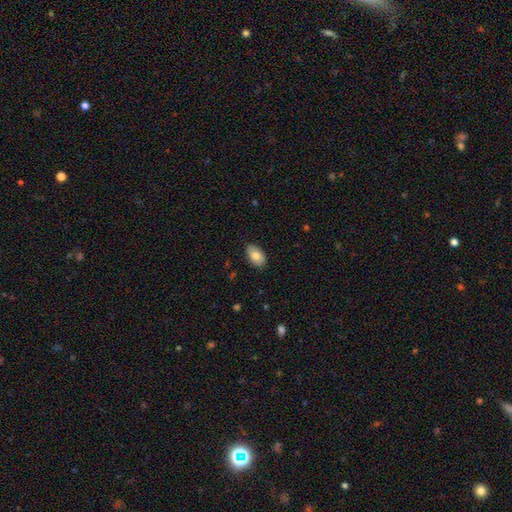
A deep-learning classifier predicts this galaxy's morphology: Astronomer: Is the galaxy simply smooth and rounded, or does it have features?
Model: smooth — 81%.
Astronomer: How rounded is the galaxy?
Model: in between — 93%.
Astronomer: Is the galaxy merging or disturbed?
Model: none — 86%.